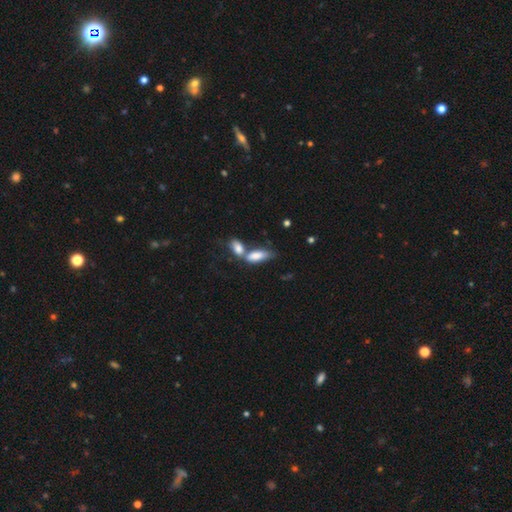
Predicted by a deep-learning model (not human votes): This appears to be a smooth galaxy with no disk features (79%) that is in between round and cigar-shaped (78%). Merging: merger (57%).